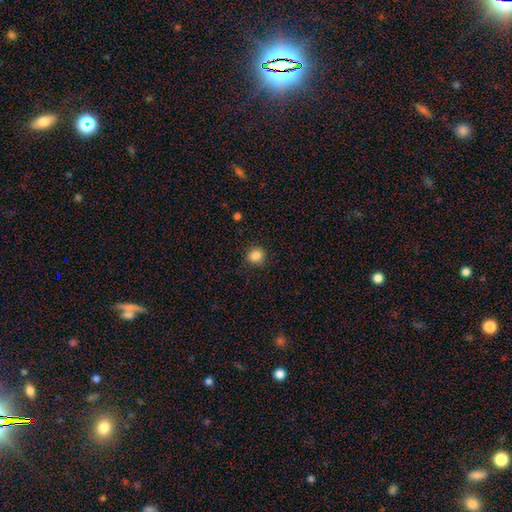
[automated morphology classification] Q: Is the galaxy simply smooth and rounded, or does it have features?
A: smooth — 86%.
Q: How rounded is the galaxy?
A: round — 88%.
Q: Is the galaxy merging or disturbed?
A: none — 88%.